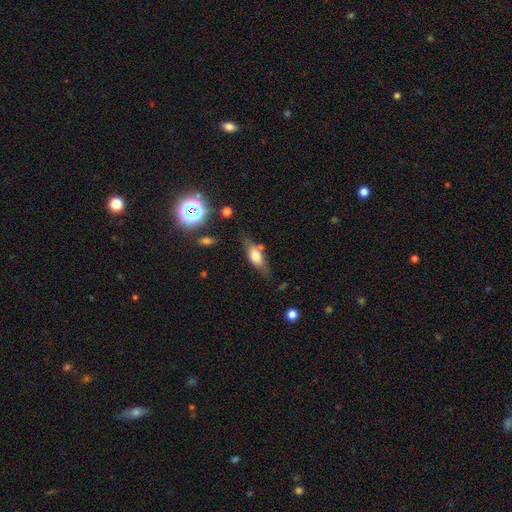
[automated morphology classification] type=smooth (61%); roundness=in between (69%); merging=none (62%).